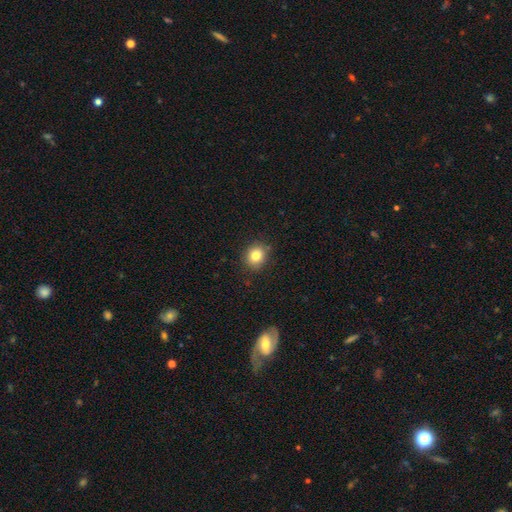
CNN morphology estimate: smooth 81%, star or artifact 11%, featured or disk 8%. Down the decision tree: how rounded — round (70%); merging — none (86%).